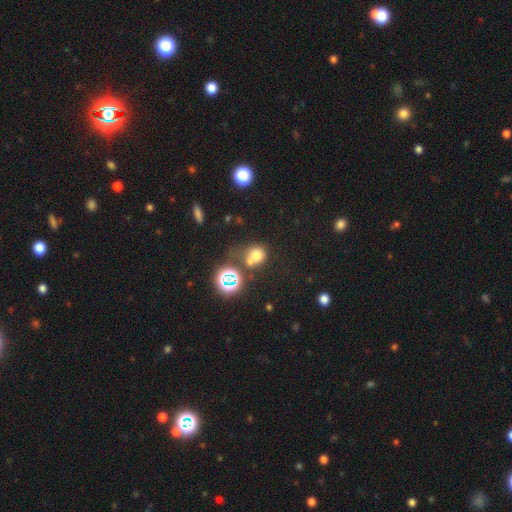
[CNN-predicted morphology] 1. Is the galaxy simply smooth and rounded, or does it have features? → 64% smooth, 25% star or artifact, 11% featured or disk.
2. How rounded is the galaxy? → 75% round, 24% in between, 1% cigar-shaped.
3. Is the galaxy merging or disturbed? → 44% none, 35% merger, 13% minor disturbance, 8% major disturbance.